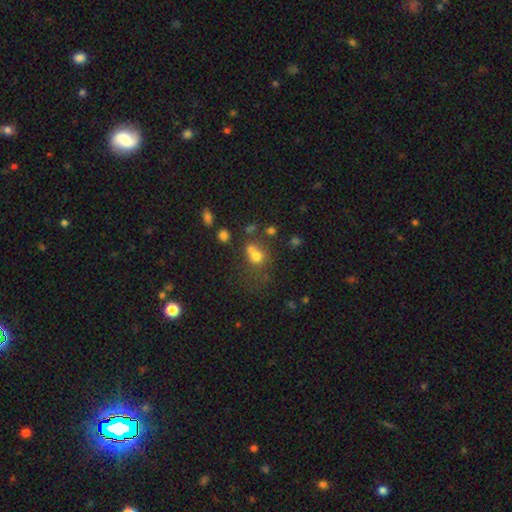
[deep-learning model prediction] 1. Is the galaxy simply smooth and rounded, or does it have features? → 67% smooth, 17% star or artifact, 16% featured or disk.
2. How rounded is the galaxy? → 73% round, 26% in between, 1% cigar-shaped.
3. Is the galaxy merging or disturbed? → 44% merger, 37% none, 11% minor disturbance, 8% major disturbance.